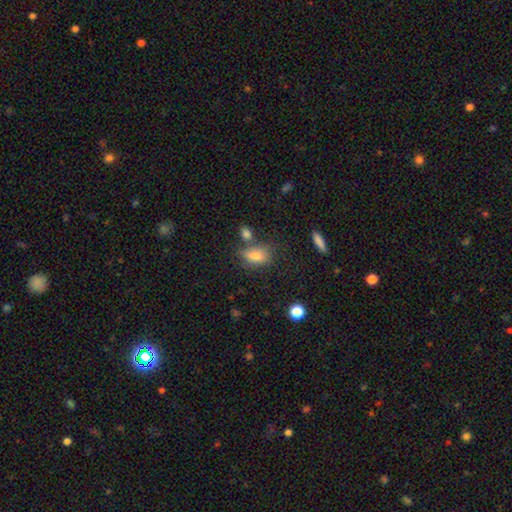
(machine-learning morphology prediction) Overall: smooth (75%). How rounded: in between (80%). Merging: none (58%).